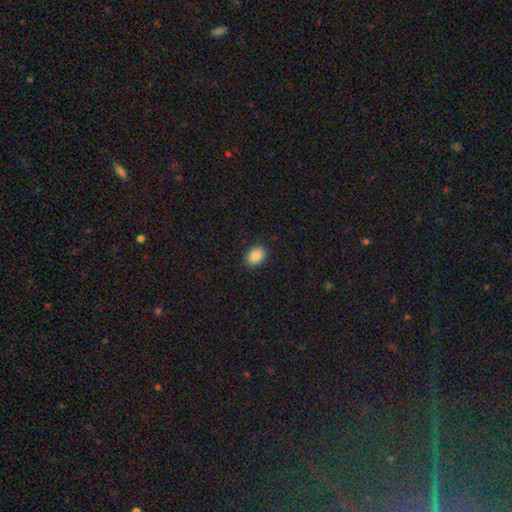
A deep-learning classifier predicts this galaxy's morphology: Smooth or featured?
  - smooth: 89% *
  - star or artifact: 8%
  - featured or disk: 3%
How rounded?
  - in between: 75% *
  - round: 24%
  - cigar-shaped: 1%
Merging?
  - none: 89% *
  - minor disturbance: 8%
  - major disturbance: 2%
  - merger: 1%